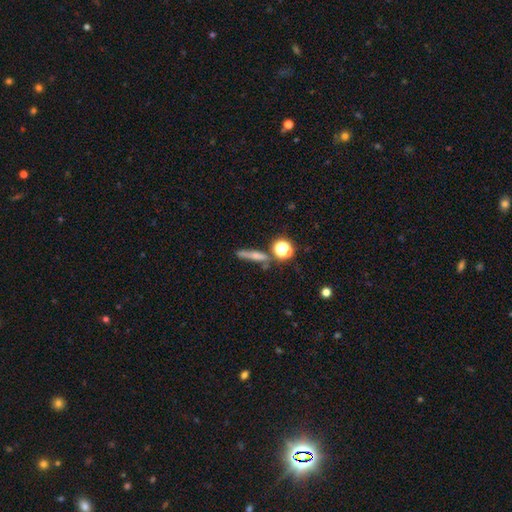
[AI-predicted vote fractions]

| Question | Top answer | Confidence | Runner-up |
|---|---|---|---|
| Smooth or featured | smooth | 56% | featured or disk (26%) |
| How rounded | cigar-shaped | 71% | round (15%) |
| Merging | none | 69% | minor disturbance (14%) |